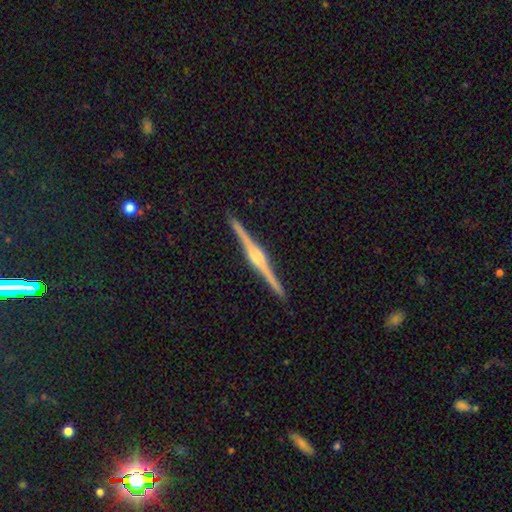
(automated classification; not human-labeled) This appears to be a featured or disk galaxy (88%) viewed edge-on (99%) with a rounded central bulge (74%). Merging: none (92%).